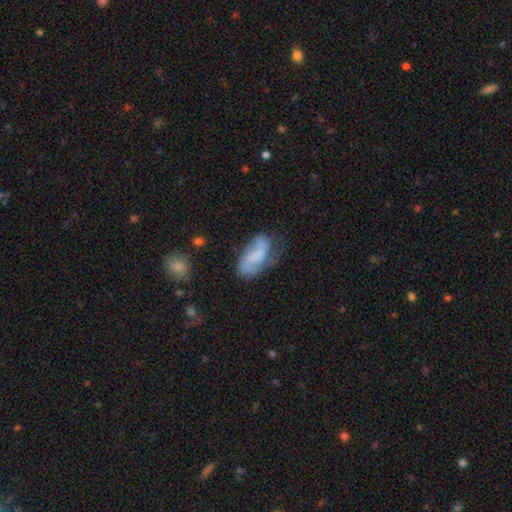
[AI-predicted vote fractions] Smooth or featured?
  - featured or disk: 49% *
  - smooth: 42%
  - star or artifact: 9%
Merging?
  - none: 43% *
  - minor disturbance: 29%
  - major disturbance: 23%
  - merger: 5%